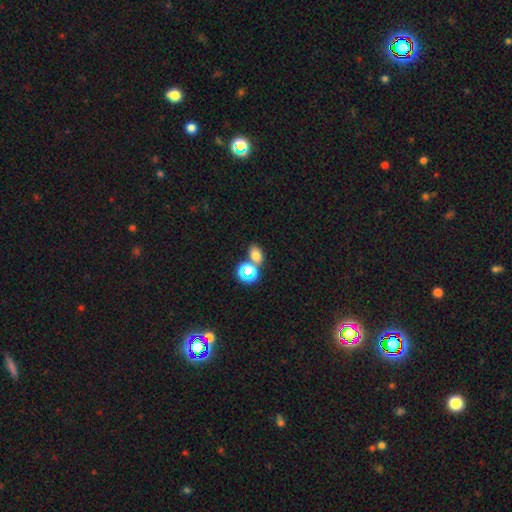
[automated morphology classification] Overall: smooth (72%). How rounded: in between (68%; round 31%). Merging: none (56%; merger 31%).